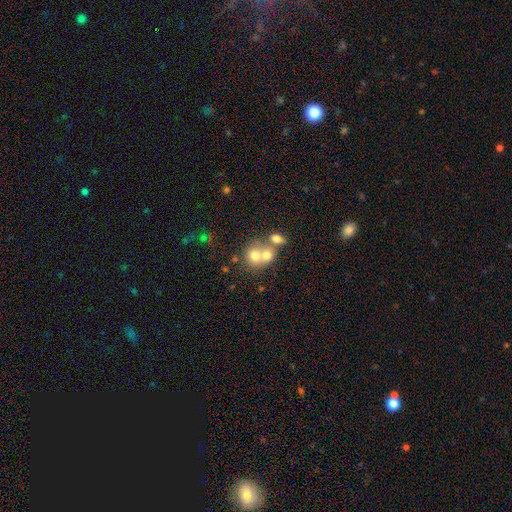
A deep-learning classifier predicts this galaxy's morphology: This appears to be a smooth galaxy with no disk features (67%) that is round (72%). Merging: merger (60%).